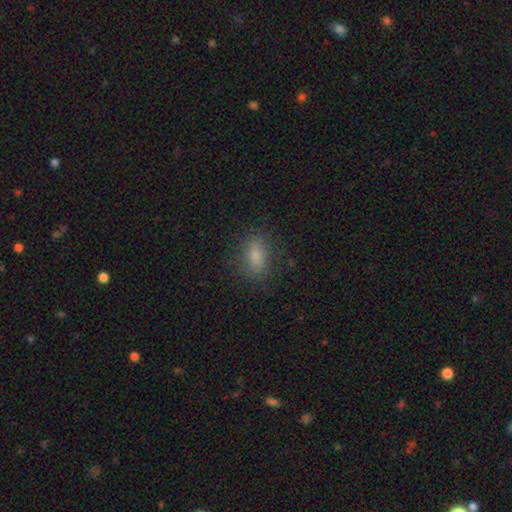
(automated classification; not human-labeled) A smooth galaxy with no disk features (79%) that is in between round and cigar-shaped (80%). Merging: none (84%).